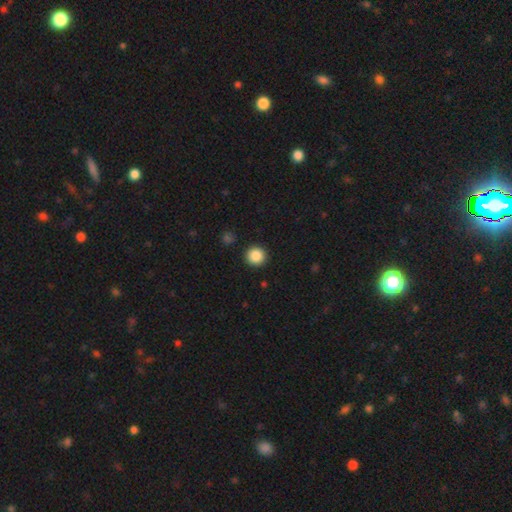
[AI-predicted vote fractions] smooth_or_featured: smooth (p=0.87) [alt: star or artifact p=0.10]
how_rounded: round (p=0.95) [alt: in between p=0.04]
merging: none (p=0.92) [alt: minor disturbance p=0.05]